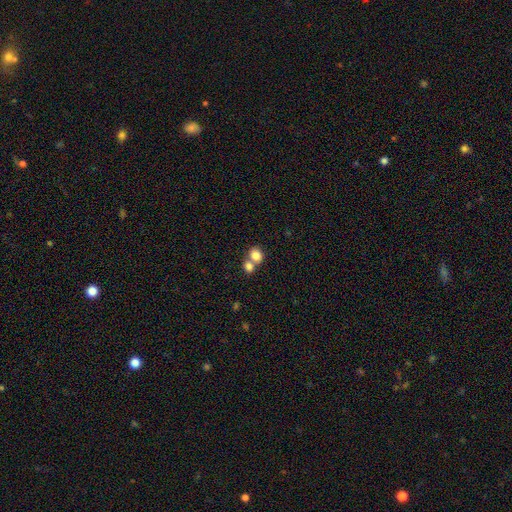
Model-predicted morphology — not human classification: This is clearly a smooth galaxy (82%). How rounded: likely round (61%). Merging: possibly merger (56%).